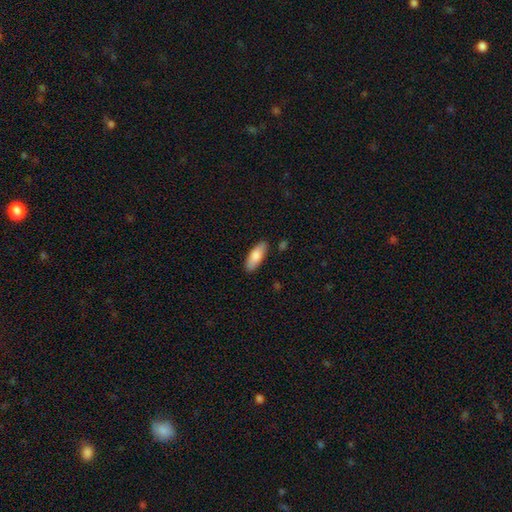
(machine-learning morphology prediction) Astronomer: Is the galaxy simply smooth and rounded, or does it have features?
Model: smooth — 82%.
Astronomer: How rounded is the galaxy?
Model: in between — 71%.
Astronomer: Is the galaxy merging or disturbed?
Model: none — 86%.